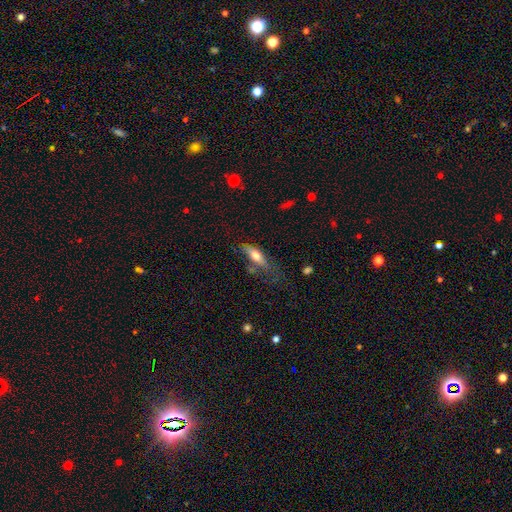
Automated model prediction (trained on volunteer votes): Smooth or featured? smooth (65%)
How rounded? in between (57%)
Merging? none (42%)